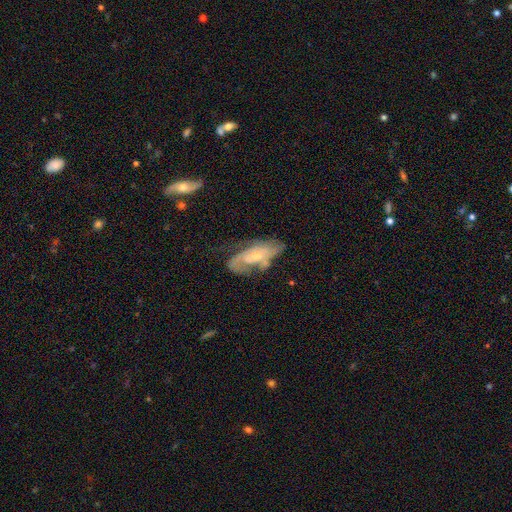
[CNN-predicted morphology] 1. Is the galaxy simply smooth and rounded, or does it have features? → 68% featured or disk, 26% smooth, 6% star or artifact.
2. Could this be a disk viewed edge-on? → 90% no, 10% yes.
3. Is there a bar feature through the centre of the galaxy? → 71% no, 24% weak, 5% strong.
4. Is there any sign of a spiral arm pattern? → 75% yes, 25% no.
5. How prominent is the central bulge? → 52% small, 42% moderate, 3% none, 2% large, 1% dominant.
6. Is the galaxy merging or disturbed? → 41% none, 27% minor disturbance, 22% major disturbance, 10% merger.